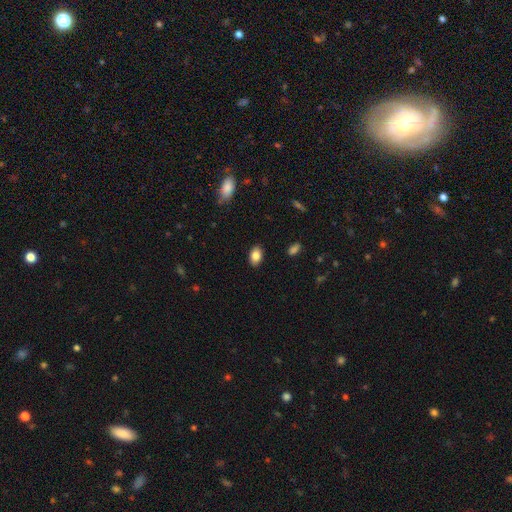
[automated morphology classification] This appears to be a smooth galaxy with no disk features (85%) that is in between round and cigar-shaped (86%). Merging: none (88%).